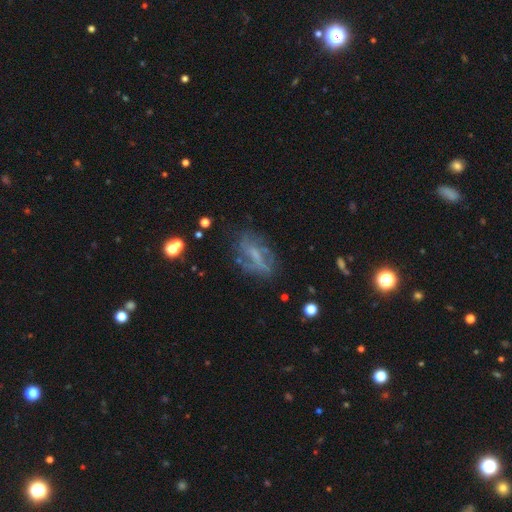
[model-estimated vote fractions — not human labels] featured or disk 60%, smooth 27%, star or artifact 13%. Down the decision tree: edge-on disk — no (89%); bar — no (40%); spiral arms — yes (53%); bulge size — none (44%); merging — none (59%).